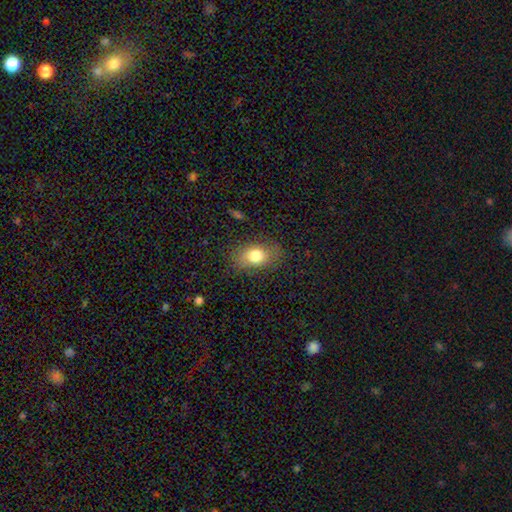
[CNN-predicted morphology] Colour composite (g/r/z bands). It shows a smooth galaxy with no disk features (77%) that is in between round and cigar-shaped (81%). Merging: none (78%).